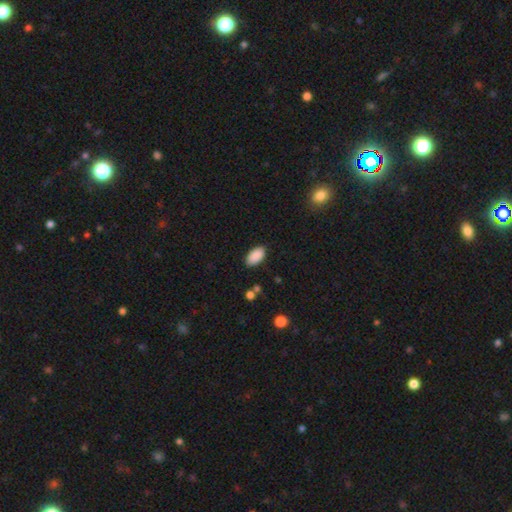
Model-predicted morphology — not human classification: A smooth galaxy with no disk features (90%) that is in between round and cigar-shaped (95%). Merging: none (86%).